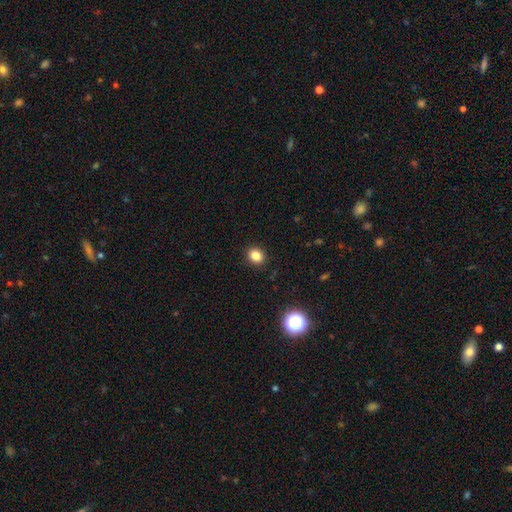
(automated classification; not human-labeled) Overall: smooth (83%). How rounded: round (59%; in between 40%). Merging: none (90%).